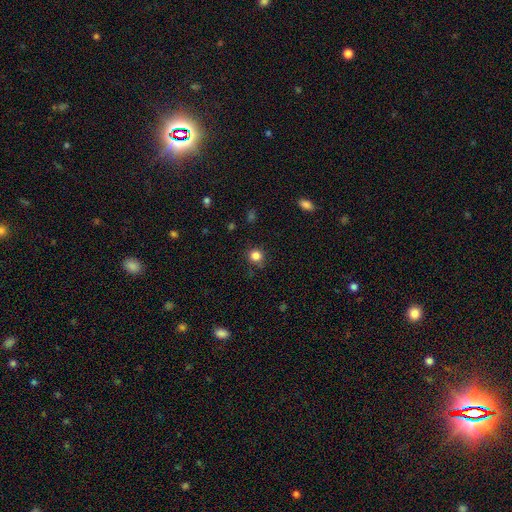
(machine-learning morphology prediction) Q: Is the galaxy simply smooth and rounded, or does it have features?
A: smooth — 83%.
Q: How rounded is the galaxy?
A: round — 91%.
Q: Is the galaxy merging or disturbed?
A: none — 84%.